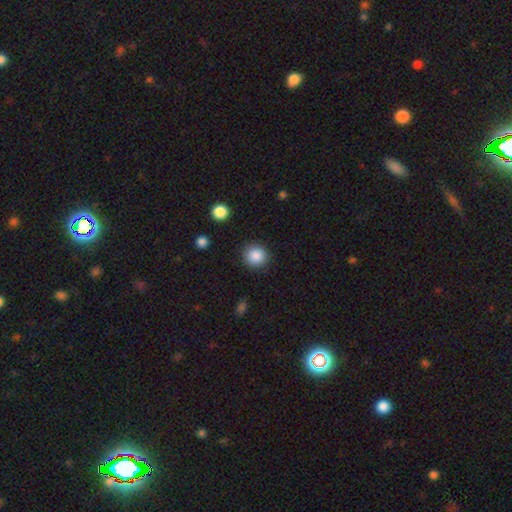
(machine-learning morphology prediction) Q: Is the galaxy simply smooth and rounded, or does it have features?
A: smooth — 87%.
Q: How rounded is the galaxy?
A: round — 93%.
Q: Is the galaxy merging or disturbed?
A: none — 89%.